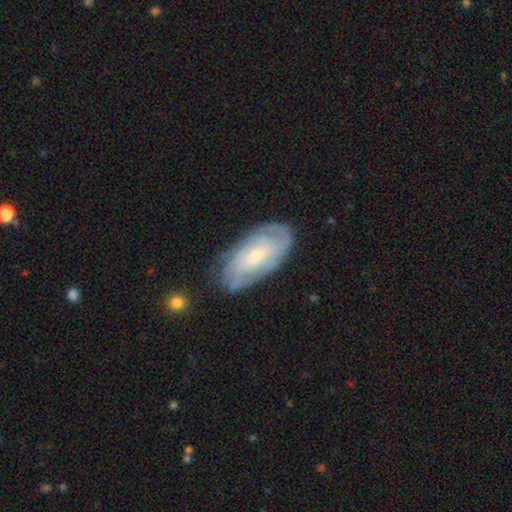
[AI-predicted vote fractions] Smooth or featured: featured or disk — 72% (smooth — 23%)
Edge-on disk: no — 93% (yes — 7%)
Bar: no — 57% (weak — 35%)
Spiral arms: yes — 87% (no — 13%)
Spiral winding: tight — 65% (medium — 26%)
Spiral arm count: can't tell — 52% (2 — 20%)
Bulge size: small — 69% (moderate — 26%)
Merging: none — 75% (minor disturbance — 18%)